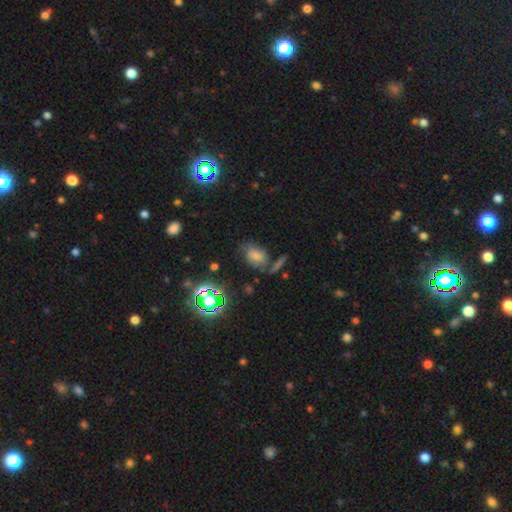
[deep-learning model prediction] Smooth or featured? Predicted: smooth (p=0.47). Merging? Predicted: none (p=0.59).